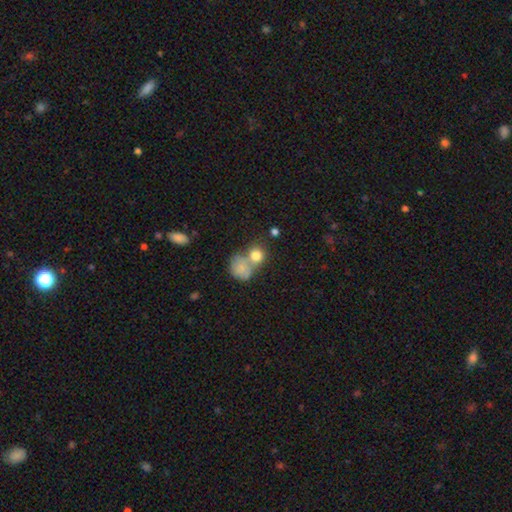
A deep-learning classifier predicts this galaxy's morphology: type=smooth (80%); roundness=round (76%); merging=merger (44%).